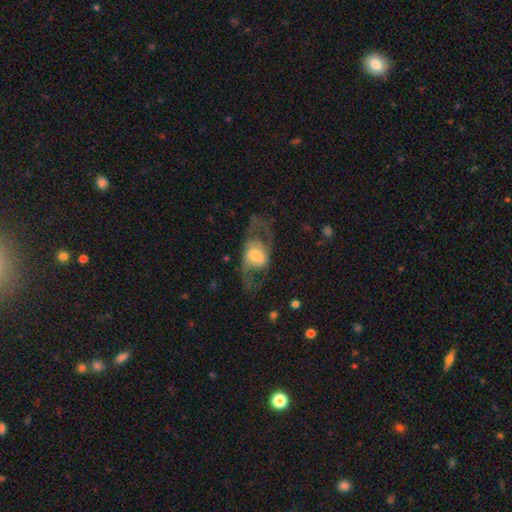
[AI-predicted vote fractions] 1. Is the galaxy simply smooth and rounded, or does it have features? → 67% featured or disk, 27% smooth, 7% star or artifact.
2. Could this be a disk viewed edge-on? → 93% no, 7% yes.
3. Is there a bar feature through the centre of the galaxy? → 42% no, 40% weak, 18% strong.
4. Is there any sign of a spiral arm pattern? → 80% yes, 20% no.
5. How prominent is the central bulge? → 33% moderate, 31% large, 23% small, 7% dominant, 6% none.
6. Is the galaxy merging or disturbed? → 51% none, 29% major disturbance, 17% minor disturbance, 2% merger.